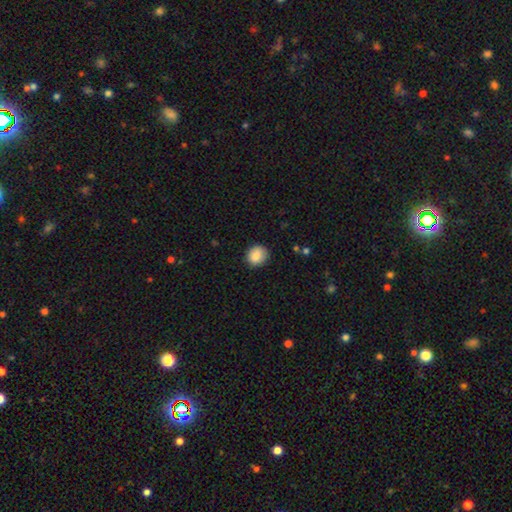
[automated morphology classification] smooth 85%, star or artifact 8%, featured or disk 7%. Down the decision tree: how rounded — round (74%); merging — none (86%).